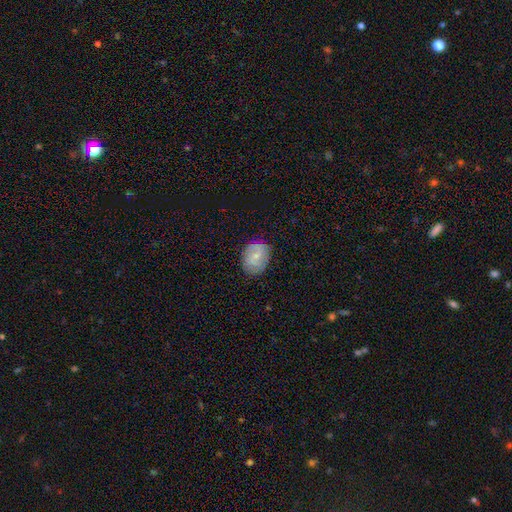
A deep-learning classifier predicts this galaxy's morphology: smooth_or_featured: smooth (p=0.54) [alt: featured or disk p=0.39]
how_rounded: in between (p=0.64) [alt: round p=0.35]
merging: none (p=0.77) [alt: minor disturbance p=0.18]